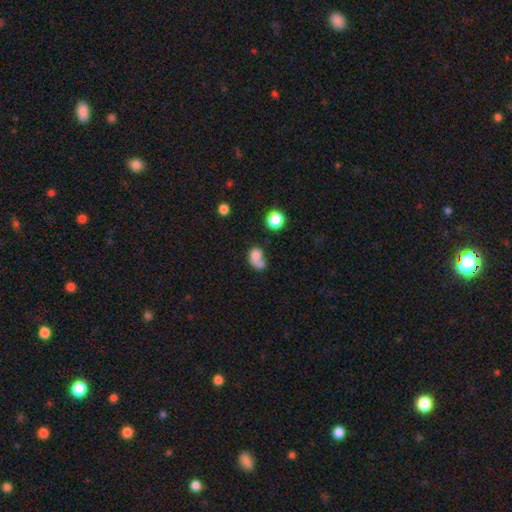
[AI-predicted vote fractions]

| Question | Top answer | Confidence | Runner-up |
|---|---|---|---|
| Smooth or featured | smooth | 70% | featured or disk (18%) |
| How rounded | in between | 52% | round (46%) |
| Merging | merger | 52% | none (23%) |